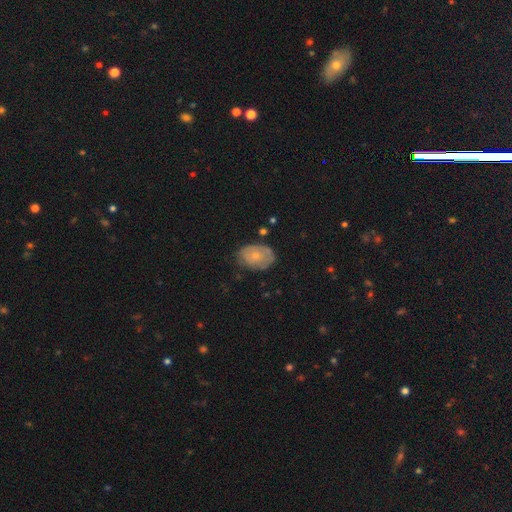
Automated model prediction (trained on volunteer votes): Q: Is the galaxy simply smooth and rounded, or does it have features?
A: smooth — 54%.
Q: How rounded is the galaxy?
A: in between — 76%.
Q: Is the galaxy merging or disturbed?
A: none — 66%.